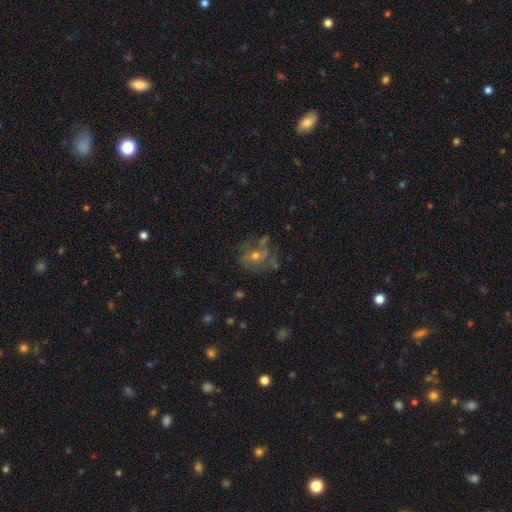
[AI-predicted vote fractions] smooth-or-featured: featured or disk: 53% | smooth: 26% | star or artifact: 21%
  disk-edge-on: no: 96% | yes: 4%
    bar: no: 73% | weak: 21% | strong: 5%
    has-spiral-arms: yes: 55% | no: 45%
    bulge-size: moderate: 50% | small: 43% | none: 3% | large: 3% | dominant: 1%
  merging: none: 55% | minor disturbance: 20% | major disturbance: 18% | merger: 6%